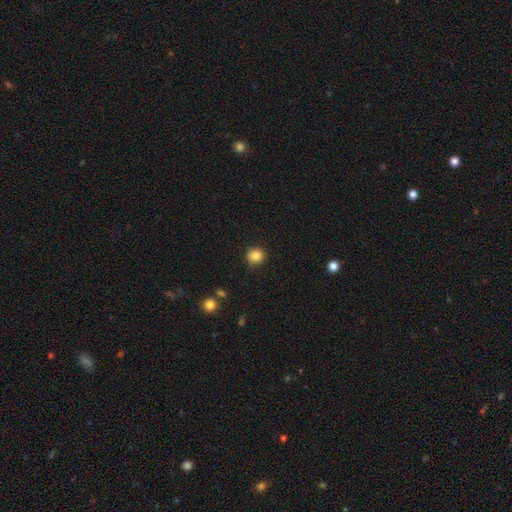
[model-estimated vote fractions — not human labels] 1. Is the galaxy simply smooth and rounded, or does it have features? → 84% smooth, 11% star or artifact, 5% featured or disk.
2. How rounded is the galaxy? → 90% round, 9% in between, 1% cigar-shaped.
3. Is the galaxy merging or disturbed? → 90% none, 7% minor disturbance, 2% major disturbance, 1% merger.